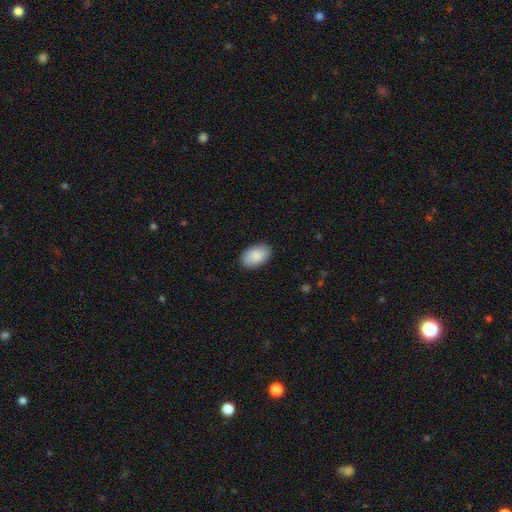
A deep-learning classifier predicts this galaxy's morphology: smooth-or-featured: smooth: 88% | featured or disk: 7% | star or artifact: 6%
  how-rounded: in between: 93% | round: 6% | cigar-shaped: 1%
  merging: none: 87% | minor disturbance: 10% | major disturbance: 2% | merger: 1%